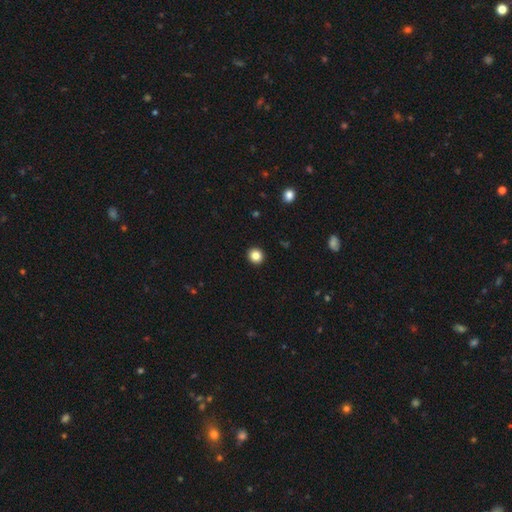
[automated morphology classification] Smooth or featured: smooth — 85% (star or artifact — 11%)
How rounded: round — 89% (in between — 10%)
Merging: none — 93% (minor disturbance — 4%)